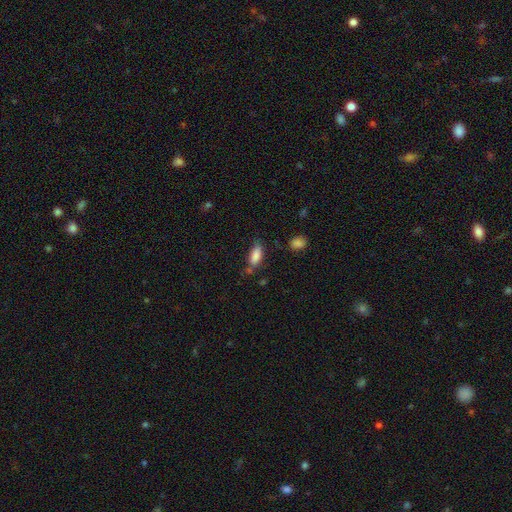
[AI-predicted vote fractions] Morphology: type=smooth (85%); roundness=in between (79%); merging=none (60%).